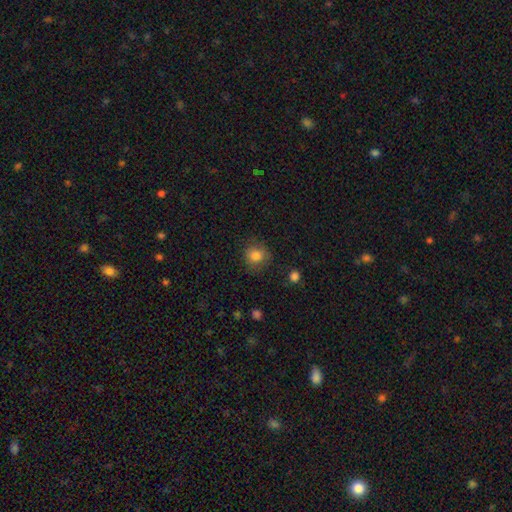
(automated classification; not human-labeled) Smooth or featured? smooth (82%)
How rounded? round (87%)
Merging? none (84%)